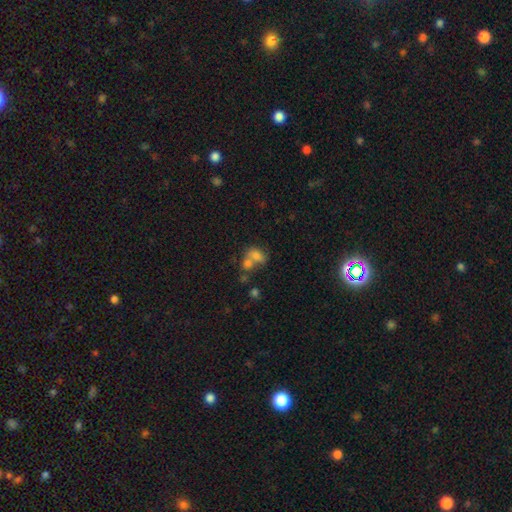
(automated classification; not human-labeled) Overall: smooth (73%). How rounded: in between (68%; round 31%). Merging: merger (58%; none 26%).